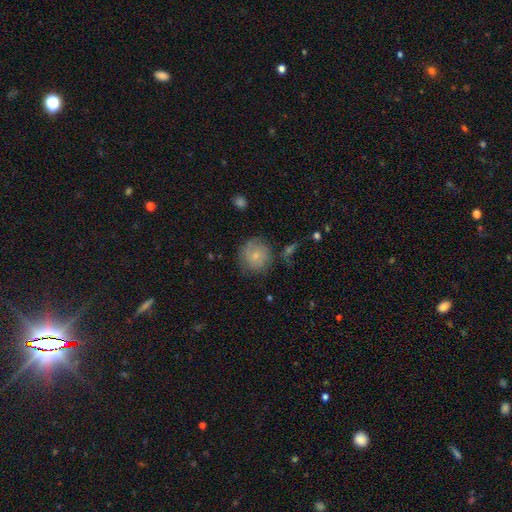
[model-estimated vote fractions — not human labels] Smooth or featured? Predicted: smooth (p=0.64). How rounded? Predicted: round (p=0.89). Merging? Predicted: none (p=0.69).